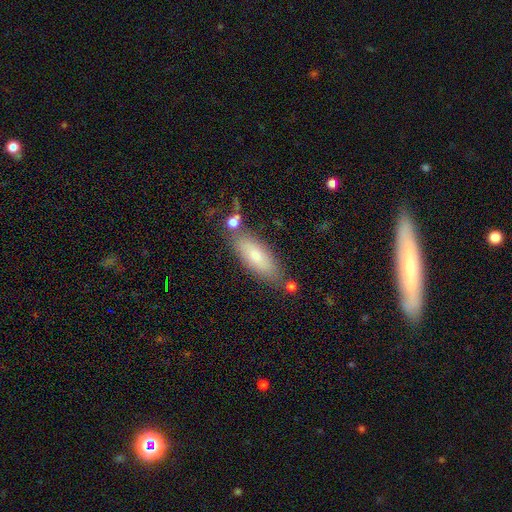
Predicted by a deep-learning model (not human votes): Smooth or featured? smooth (71%)
How rounded? in between (63%)
Merging? none (73%)